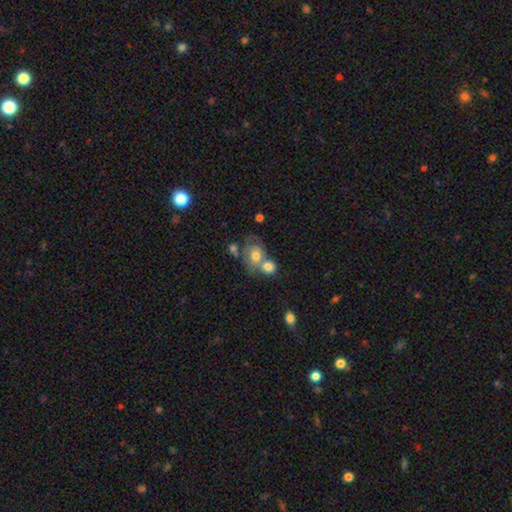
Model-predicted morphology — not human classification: smooth 62%, featured or disk 29%, star or artifact 9%. Down the decision tree: how rounded — in between (49%, tied with round); merging — merger (53%).